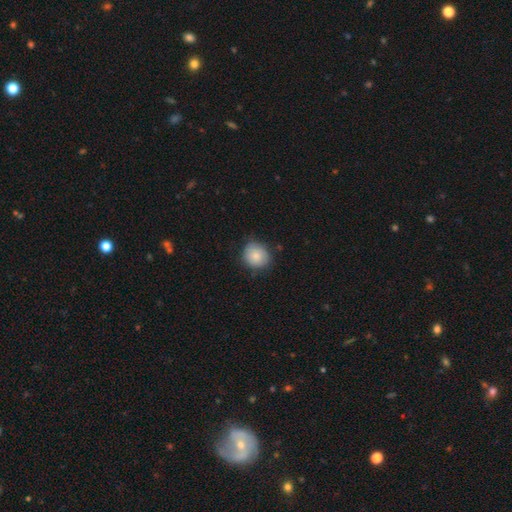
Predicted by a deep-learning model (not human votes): This appears to be a smooth galaxy with no disk features (83%) that is round (82%). Merging: none (74%).